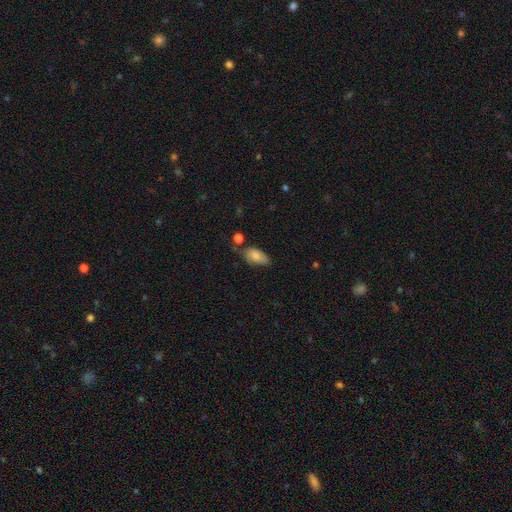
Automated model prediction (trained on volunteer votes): This appears to be a smooth galaxy with no disk features (79%) that is in between round and cigar-shaped (92%). Merging: none (53%).